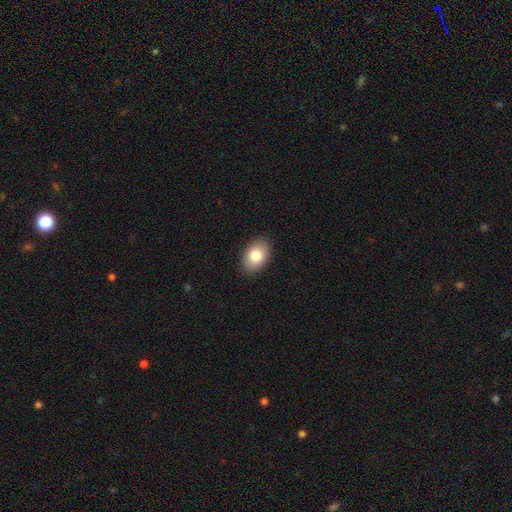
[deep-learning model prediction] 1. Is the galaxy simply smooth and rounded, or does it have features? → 82% smooth, 11% featured or disk, 8% star or artifact.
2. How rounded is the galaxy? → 86% in between, 13% round, 1% cigar-shaped.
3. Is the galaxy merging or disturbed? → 89% none, 8% minor disturbance, 2% major disturbance, 1% merger.